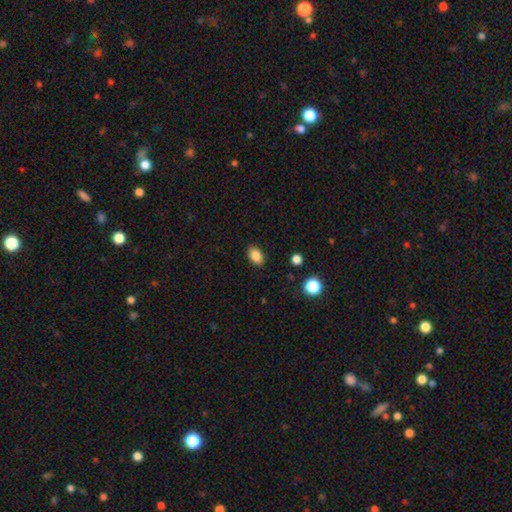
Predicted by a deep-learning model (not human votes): Smooth or featured?
  - smooth: 85% *
  - star or artifact: 9%
  - featured or disk: 6%
How rounded?
  - in between: 87% *
  - round: 11%
  - cigar-shaped: 2%
Merging?
  - none: 88% *
  - minor disturbance: 9%
  - major disturbance: 2%
  - merger: 1%